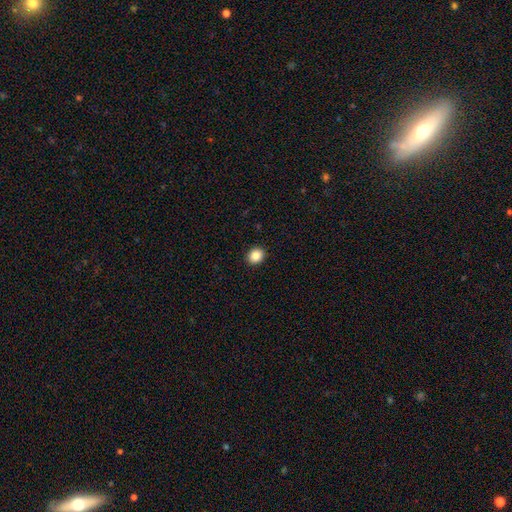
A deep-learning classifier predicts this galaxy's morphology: smooth_or_featured: smooth (p=0.86) [alt: star or artifact p=0.09]
how_rounded: round (p=0.65) [alt: in between p=0.34]
merging: none (p=0.92) [alt: minor disturbance p=0.05]